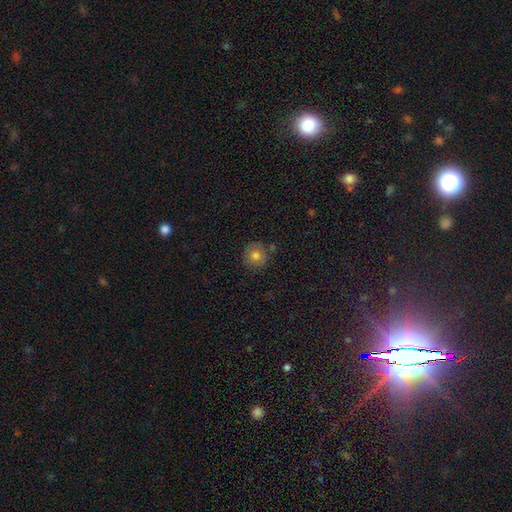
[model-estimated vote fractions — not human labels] Morphology: type=smooth (77%); roundness=round (92%); merging=none (79%).